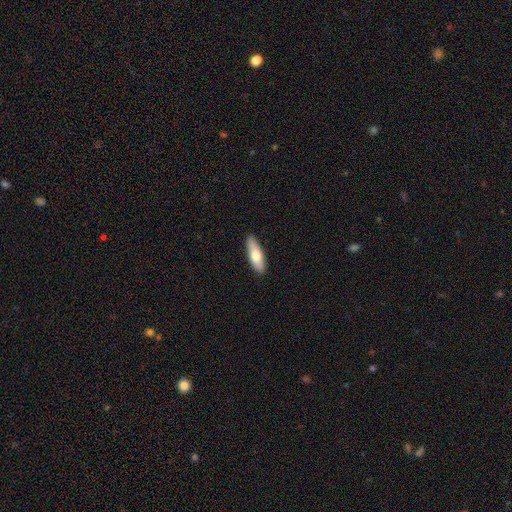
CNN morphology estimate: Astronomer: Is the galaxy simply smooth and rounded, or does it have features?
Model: smooth — 70%.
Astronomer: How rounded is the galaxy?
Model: in between — 51% (runner-up: cigar-shaped, 47%).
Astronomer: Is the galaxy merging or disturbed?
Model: none — 89%.